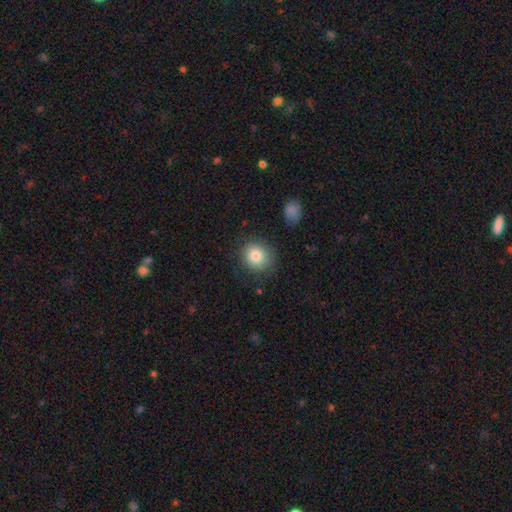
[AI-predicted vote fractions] A smooth galaxy with no disk features (82%) that is round (80%).

Vote fractions:
- Smooth or featured? smooth: 82% / featured or disk: 10% / star or artifact: 9%
- How rounded? round: 80% / in between: 19% / cigar-shaped: 1%
- Merging? none: 79% / minor disturbance: 14% / major disturbance: 4% / merger: 2%